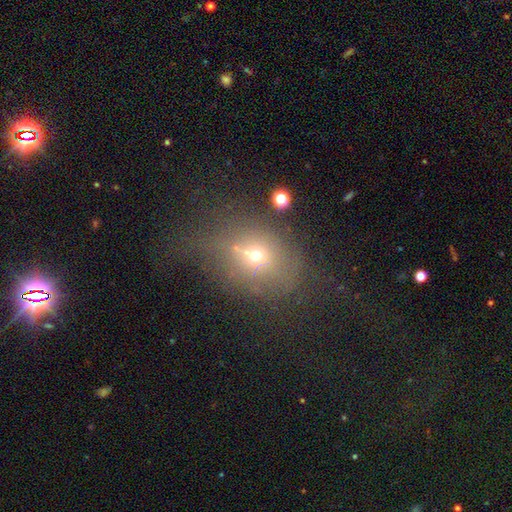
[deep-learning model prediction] The model was most divided on "how rounded": round: 63%, in between: 35%, cigar-shaped: 2%. More confident: merging — none (57%); smooth or featured — smooth (54%).